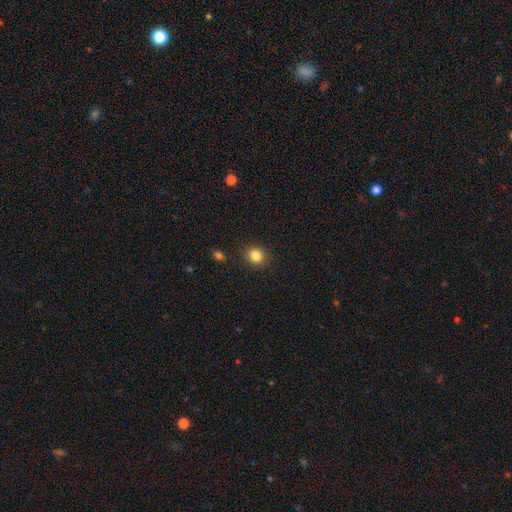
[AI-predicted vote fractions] This is clearly a smooth galaxy (84%). How rounded: clearly round (85%). Merging: clearly none (90%).